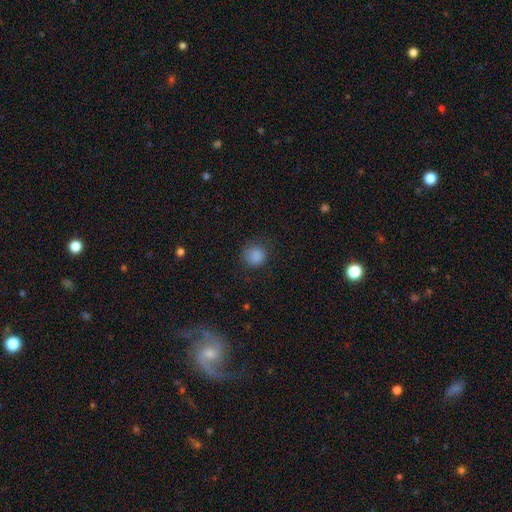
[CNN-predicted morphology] This is clearly a smooth galaxy (85%). How rounded: clearly round (86%). Merging: likely none (76%).